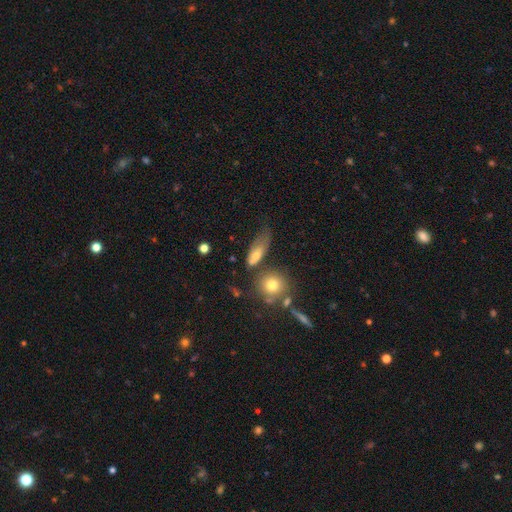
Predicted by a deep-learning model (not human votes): smooth_or_featured: smooth (p=0.72) [alt: featured or disk p=0.18]
how_rounded: in between (p=0.67) [alt: cigar-shaped p=0.21]
merging: none (p=0.34) [alt: minor disturbance p=0.30]